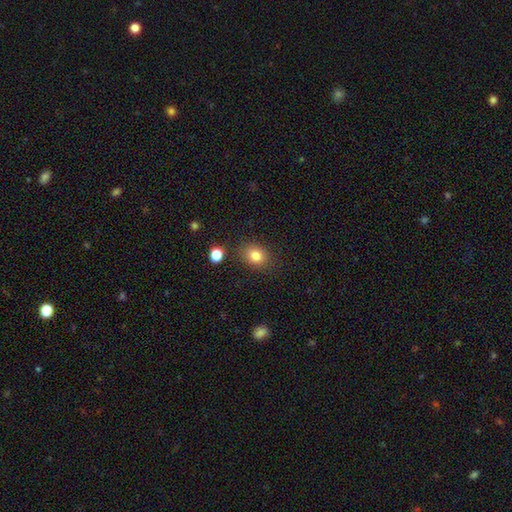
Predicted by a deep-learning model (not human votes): Smooth or featured?
  - smooth: 83% *
  - star or artifact: 11%
  - featured or disk: 7%
How rounded?
  - in between: 53% *
  - round: 46%
  - cigar-shaped: 1%
Merging?
  - none: 83% *
  - minor disturbance: 11%
  - major disturbance: 3%
  - merger: 3%